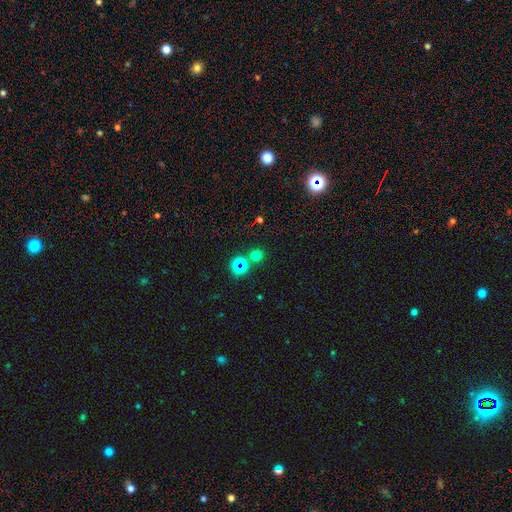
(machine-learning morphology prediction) Q: Smooth or featured?
A: smooth (64%); runner-up: star or artifact (30%)
Q: How rounded?
A: round (91%); runner-up: in between (8%)
Q: Merging?
A: none (77%); runner-up: merger (13%)